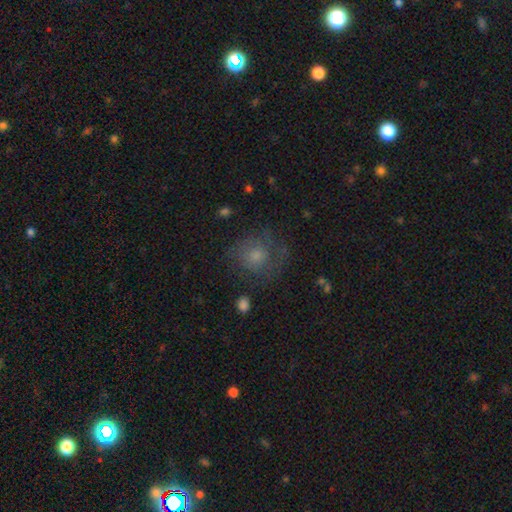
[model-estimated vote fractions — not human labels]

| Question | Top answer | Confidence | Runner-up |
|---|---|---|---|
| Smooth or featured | smooth | 57% | featured or disk (30%) |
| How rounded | round | 82% | in between (17%) |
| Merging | none | 62% | minor disturbance (20%) |